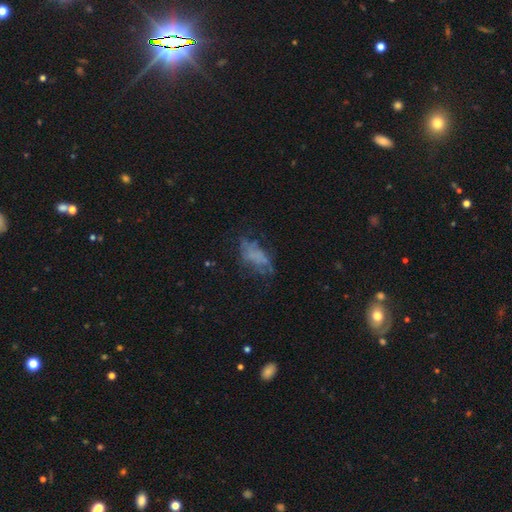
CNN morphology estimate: Smooth or featured: featured or disk — 44% (smooth — 40%)
Merging: none — 44% (major disturbance — 29%)